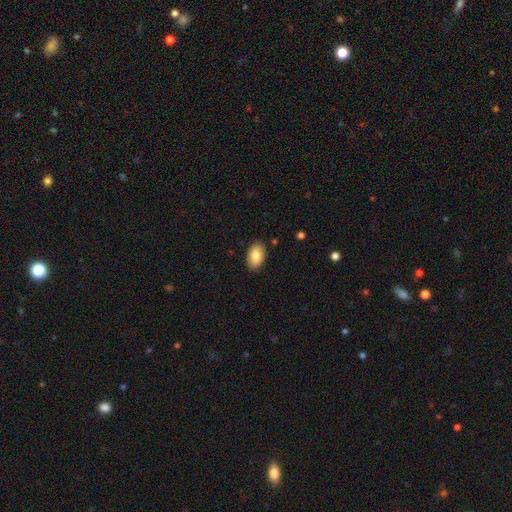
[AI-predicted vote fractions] Smooth or featured?
  - smooth: 83% *
  - featured or disk: 9%
  - star or artifact: 7%
How rounded?
  - in between: 92% *
  - round: 6%
  - cigar-shaped: 1%
Merging?
  - none: 88% *
  - minor disturbance: 9%
  - major disturbance: 2%
  - merger: 1%